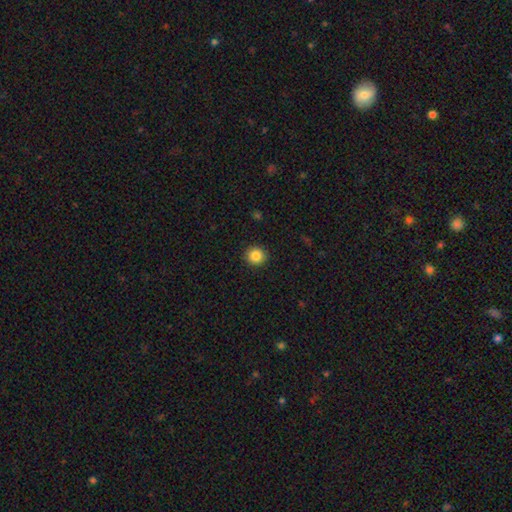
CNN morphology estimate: Q: Smooth or featured?
A: smooth (86%); runner-up: star or artifact (10%)
Q: How rounded?
A: round (91%); runner-up: in between (8%)
Q: Merging?
A: none (92%); runner-up: minor disturbance (5%)